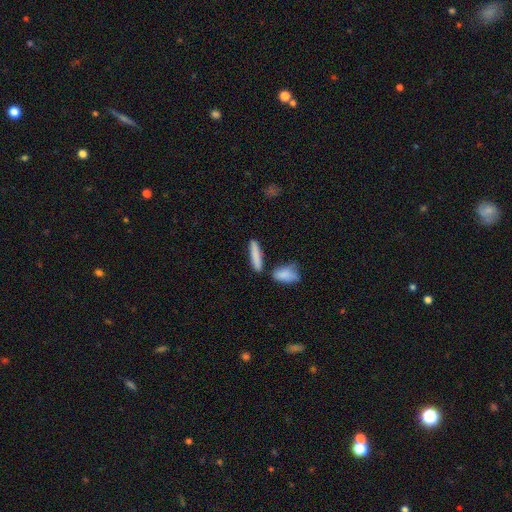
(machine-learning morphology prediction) This is clearly a smooth galaxy (82%). How rounded: likely cigar-shaped (80%). Merging: likely none (75%).